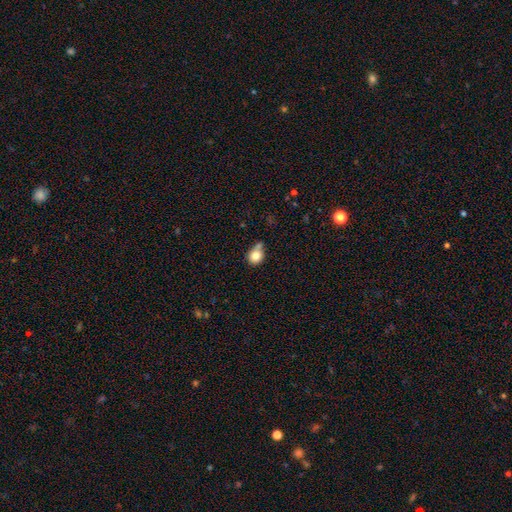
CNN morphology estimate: Smooth or featured? Predicted: smooth (p=0.80). How rounded? Predicted: round (p=0.74). Merging? Predicted: none (p=0.47).